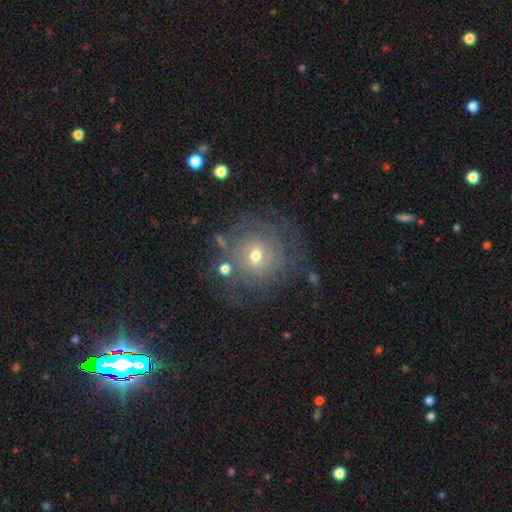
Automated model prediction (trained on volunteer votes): Morphology: type=featured or disk (64%); edge-on=no (97%); bar=no (57%); spiral arms=yes (73%); bulge=moderate (55%); merging=none (64%).